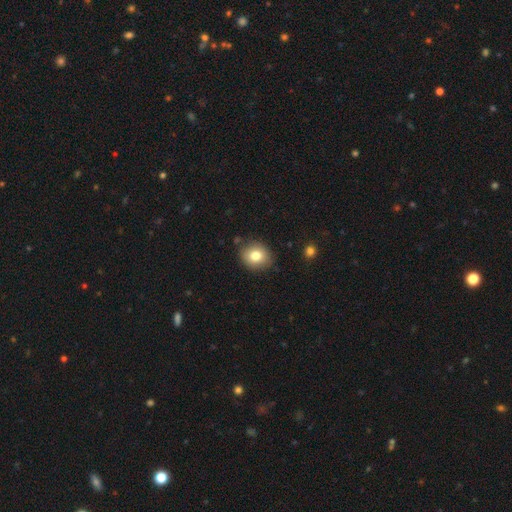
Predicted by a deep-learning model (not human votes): smooth-or-featured: smooth: 80% | featured or disk: 11% | star or artifact: 10%
  how-rounded: round: 70% | in between: 29% | cigar-shaped: 1%
  merging: none: 85% | minor disturbance: 11% | major disturbance: 2% | merger: 2%